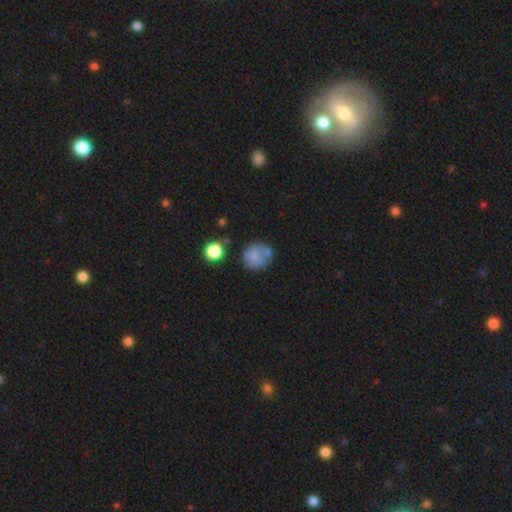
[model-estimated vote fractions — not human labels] Overall: smooth (68%). How rounded: round (84%). Merging: none (57%; minor disturbance 20%).